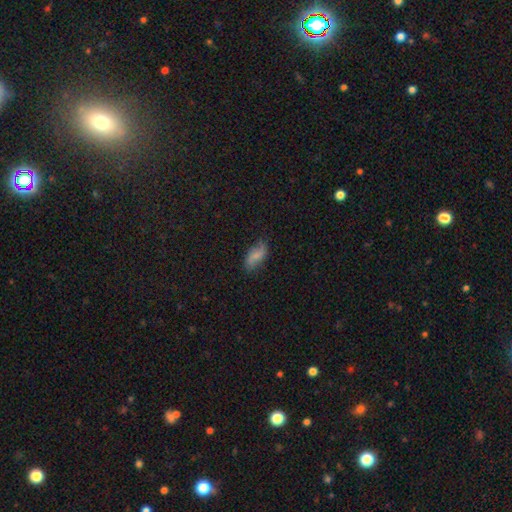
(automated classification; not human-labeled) smooth 56%, featured or disk 36%, star or artifact 8%. Down the decision tree: how rounded — in between (89%); merging — none (73%).